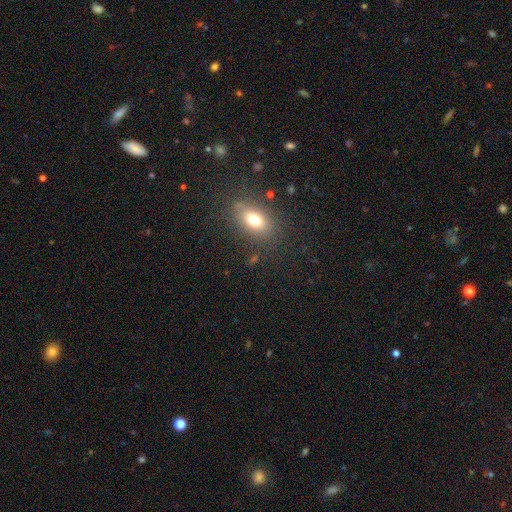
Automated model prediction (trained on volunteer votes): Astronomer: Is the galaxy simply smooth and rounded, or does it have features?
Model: smooth — 69%.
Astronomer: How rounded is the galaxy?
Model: in between — 73%.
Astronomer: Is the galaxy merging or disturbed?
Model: none — 84%.